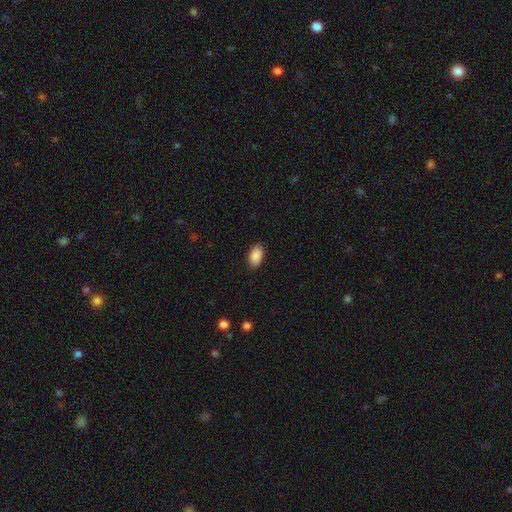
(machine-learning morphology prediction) smooth 90%, star or artifact 7%, featured or disk 3%. Down the decision tree: how rounded — in between (94%); merging — none (89%).